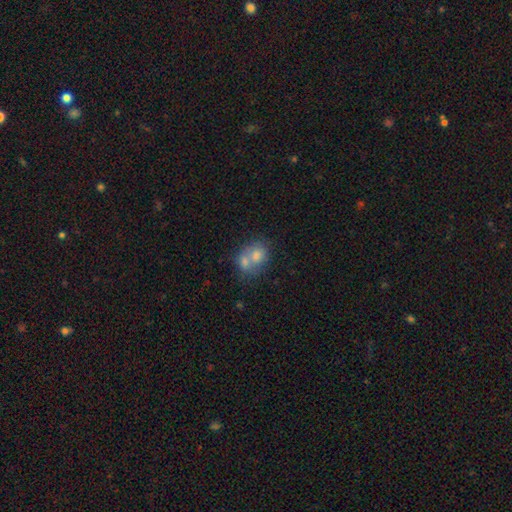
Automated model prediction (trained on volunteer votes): The model was most divided on "how rounded": round: 59%, in between: 40%, cigar-shaped: 1%. More confident: smooth or featured — smooth (66%); merging — merger (63%).